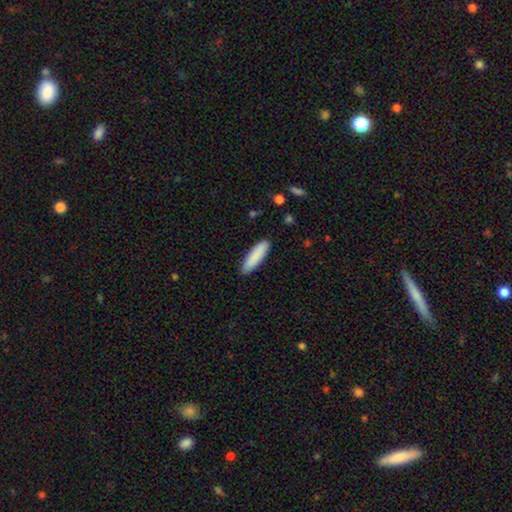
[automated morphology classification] Q: Smooth or featured?
A: smooth (88%); runner-up: featured or disk (6%)
Q: How rounded?
A: cigar-shaped (69%); runner-up: in between (30%)
Q: Merging?
A: none (89%); runner-up: minor disturbance (9%)